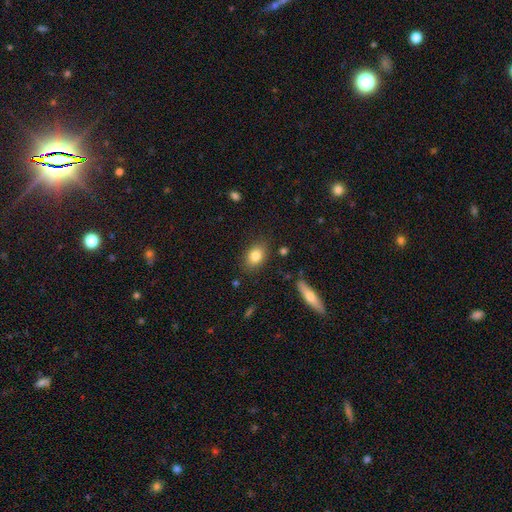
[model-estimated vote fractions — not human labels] Smooth or featured?
  - smooth: 82% *
  - featured or disk: 9%
  - star or artifact: 9%
How rounded?
  - in between: 74% *
  - round: 24%
  - cigar-shaped: 2%
Merging?
  - none: 83% *
  - minor disturbance: 11%
  - major disturbance: 3%
  - merger: 2%